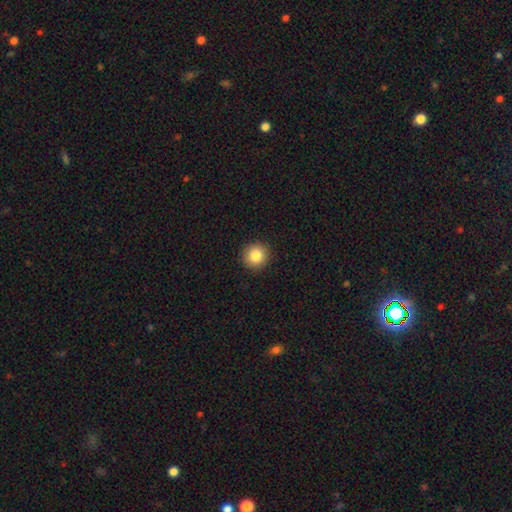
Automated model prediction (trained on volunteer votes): Smooth or featured? Predicted: smooth (p=0.84). How rounded? Predicted: round (p=0.94). Merging? Predicted: none (p=0.92).